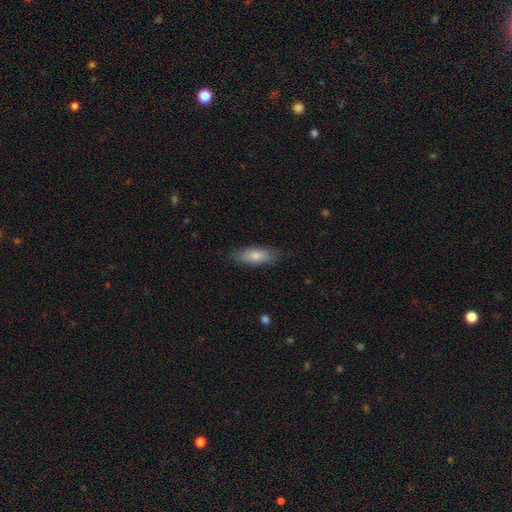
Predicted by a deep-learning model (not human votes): Smooth or featured: smooth — 77% (featured or disk — 17%)
How rounded: in between — 64% (cigar-shaped — 34%)
Merging: none — 82% (minor disturbance — 14%)